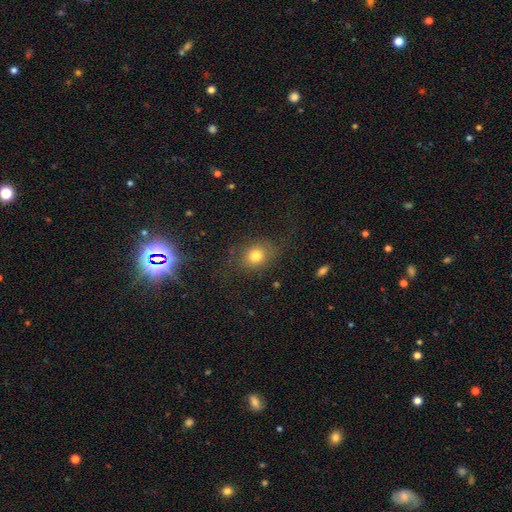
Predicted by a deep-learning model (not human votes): Smooth or featured: smooth — 76% (star or artifact — 13%)
How rounded: round — 57% (in between — 42%)
Merging: none — 73% (minor disturbance — 16%)